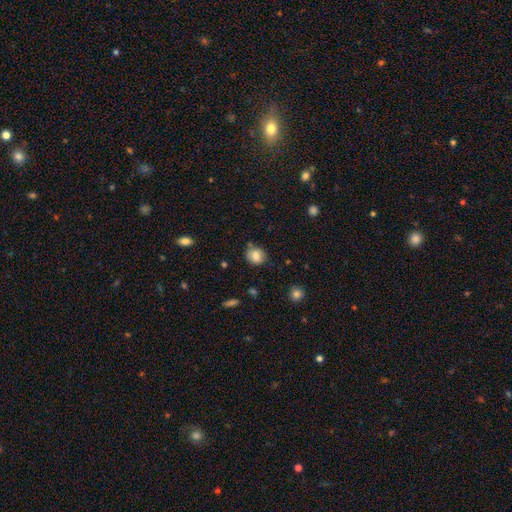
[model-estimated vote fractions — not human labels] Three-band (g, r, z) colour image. It shows a smooth galaxy with no disk features (79%) that is round (70%). Merging: none (78%).